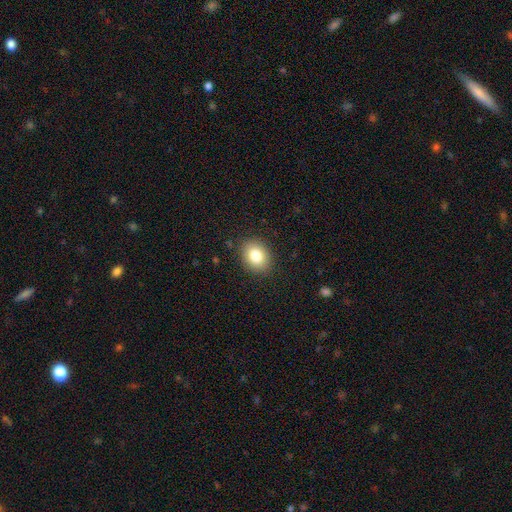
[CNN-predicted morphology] Q: Smooth or featured?
A: smooth (83%); runner-up: star or artifact (9%)
Q: How rounded?
A: in between (55%); runner-up: round (44%)
Q: Merging?
A: none (88%); runner-up: minor disturbance (9%)